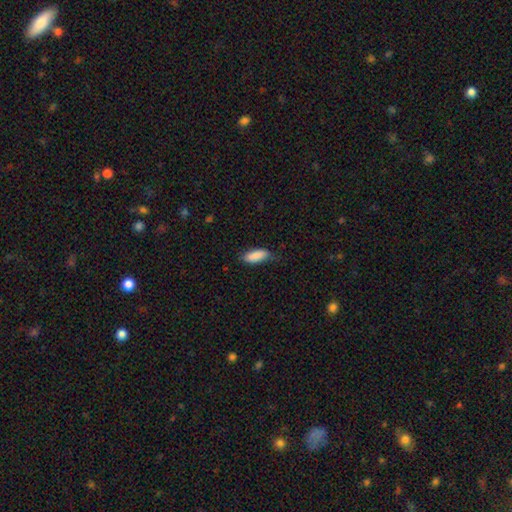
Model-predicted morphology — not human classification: smooth_or_featured: smooth (p=0.88) [alt: star or artifact p=0.06]
how_rounded: in between (p=0.77) [alt: cigar-shaped p=0.21]
merging: none (p=0.64) [alt: minor disturbance p=0.29]